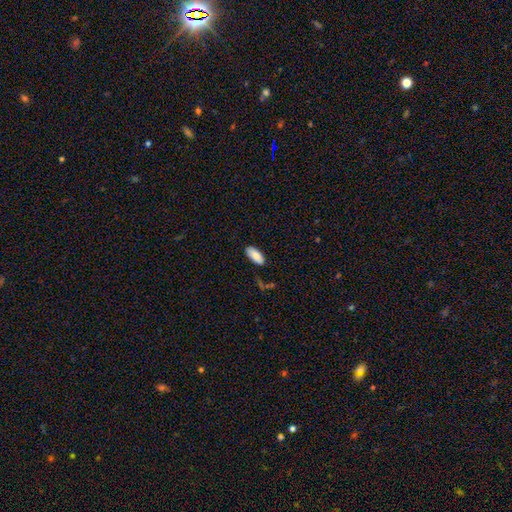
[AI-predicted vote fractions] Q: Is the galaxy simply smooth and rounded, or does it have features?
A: smooth — 86%.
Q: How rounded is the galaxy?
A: in between — 88%.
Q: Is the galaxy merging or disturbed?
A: none — 82%.